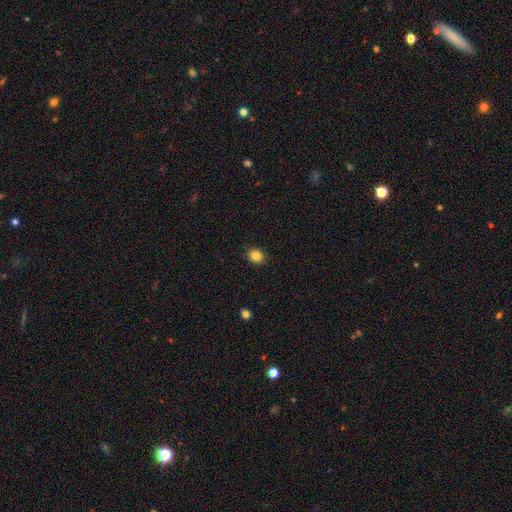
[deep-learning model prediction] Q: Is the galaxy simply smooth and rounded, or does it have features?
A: smooth — 84%.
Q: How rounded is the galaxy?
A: round — 57%.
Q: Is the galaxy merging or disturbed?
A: none — 89%.